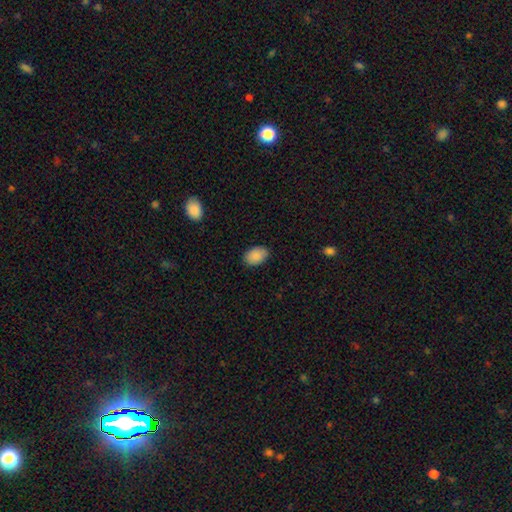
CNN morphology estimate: Smooth or featured? Predicted: smooth (p=0.89). How rounded? Predicted: in between (p=0.85). Merging? Predicted: none (p=0.87).